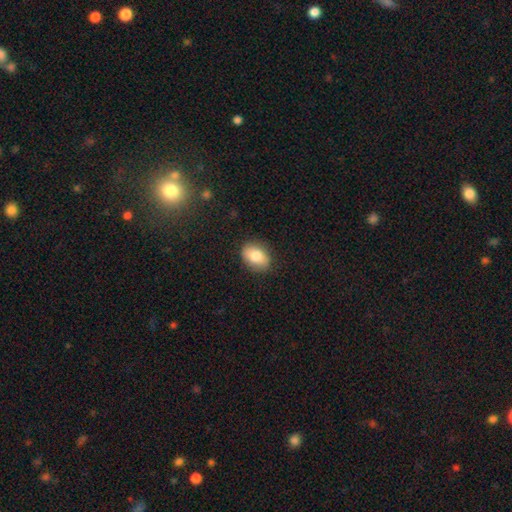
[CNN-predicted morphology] A smooth galaxy with no disk features (80%) that is in between round and cigar-shaped (76%). Merging: none (86%).